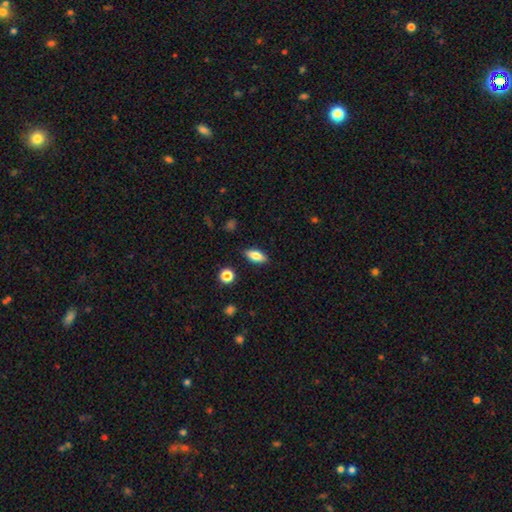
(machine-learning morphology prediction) smooth_or_featured: smooth (p=0.76) [alt: featured or disk p=0.16]
how_rounded: in between (p=0.79) [alt: cigar-shaped p=0.16]
merging: none (p=0.86) [alt: minor disturbance p=0.10]